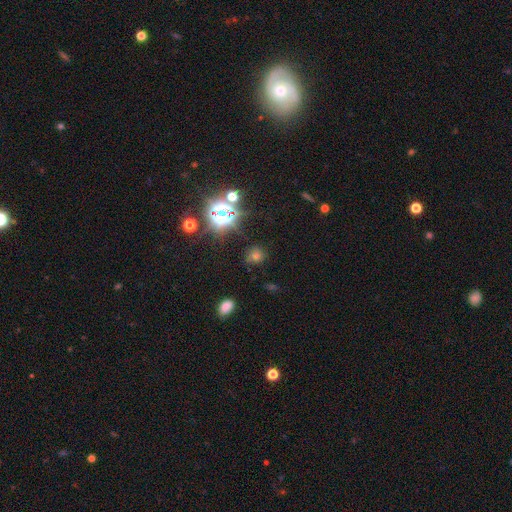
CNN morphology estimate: Smooth or featured: smooth — 47% (star or artifact — 44%)
Merging: none — 80% (minor disturbance — 12%)